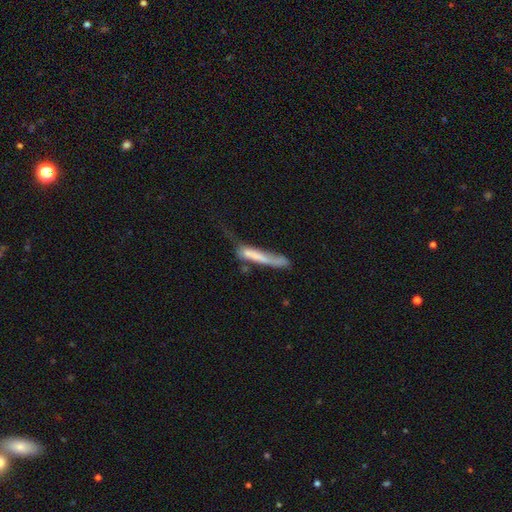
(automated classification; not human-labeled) Morphology: type=smooth (59%); roundness=cigar-shaped (89%); merging=major disturbance (32%).